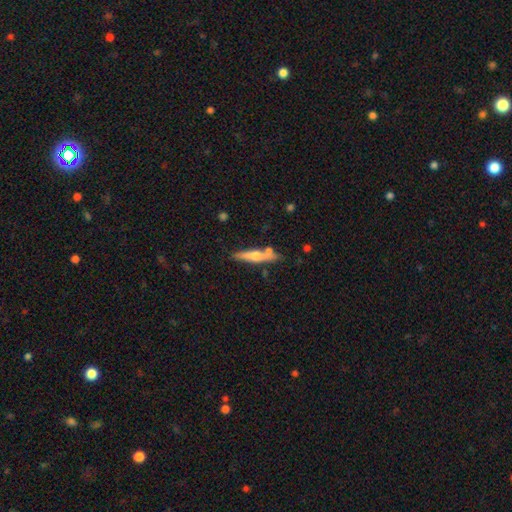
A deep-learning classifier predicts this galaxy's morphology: This appears to be a featured or disk galaxy (49%). Merging: none (75%).